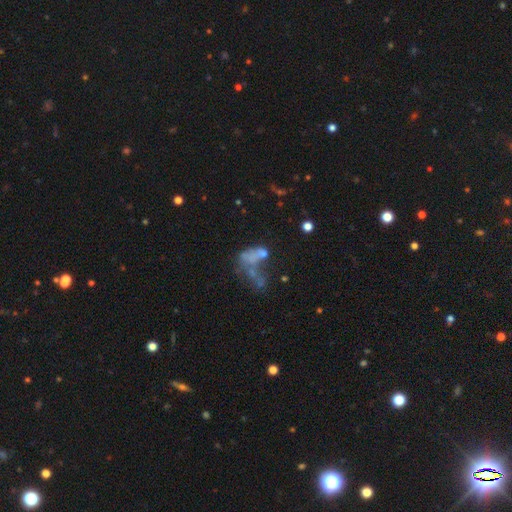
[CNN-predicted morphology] The model was most divided on "merging": merger: 35%, major disturbance: 34%, none: 20%, minor disturbance: 11%. Remaining: smooth or featured — featured or disk (41%).